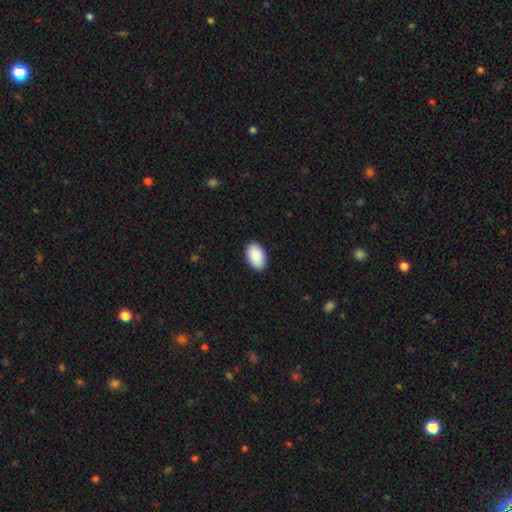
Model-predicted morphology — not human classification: Overall: smooth (91%). How rounded: in between (95%). Merging: none (90%).